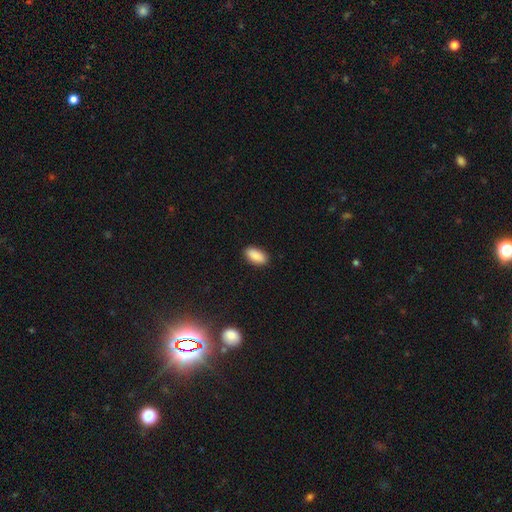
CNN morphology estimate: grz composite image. It shows a smooth galaxy with no disk features (89%) that is in between round and cigar-shaped (92%). Merging: none (90%).